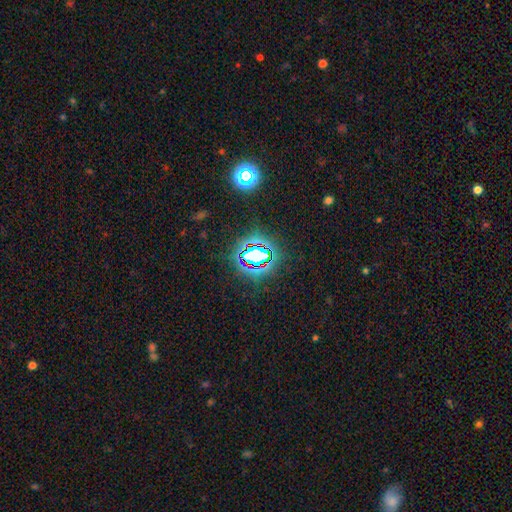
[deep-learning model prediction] The model was most divided on "smooth or featured": star or artifact: 72%, smooth: 18%, featured or disk: 10%.